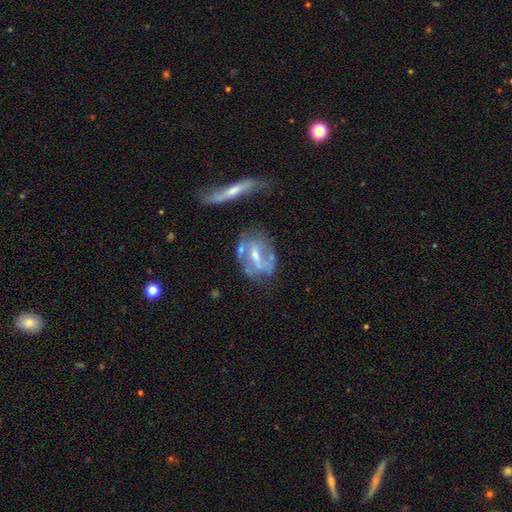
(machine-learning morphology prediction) smooth-or-featured: featured or disk: 70% | smooth: 22% | star or artifact: 8%
  disk-edge-on: no: 90% | yes: 10%
    bar: weak: 38% | no: 35% | strong: 28%
    has-spiral-arms: no: 57% | yes: 43%
    bulge-size: small: 47% | moderate: 43% | none: 7% | large: 2% | dominant: 1%
  merging: none: 43% | minor disturbance: 23% | major disturbance: 18% | merger: 15%